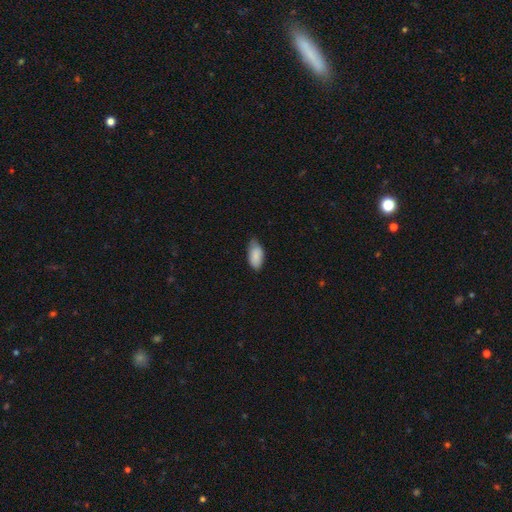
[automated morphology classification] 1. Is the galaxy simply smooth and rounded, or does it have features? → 88% smooth, 6% featured or disk, 6% star or artifact.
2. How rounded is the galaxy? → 94% in between, 4% cigar-shaped, 2% round.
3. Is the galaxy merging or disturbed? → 64% none, 30% minor disturbance, 4% major disturbance, 1% merger.